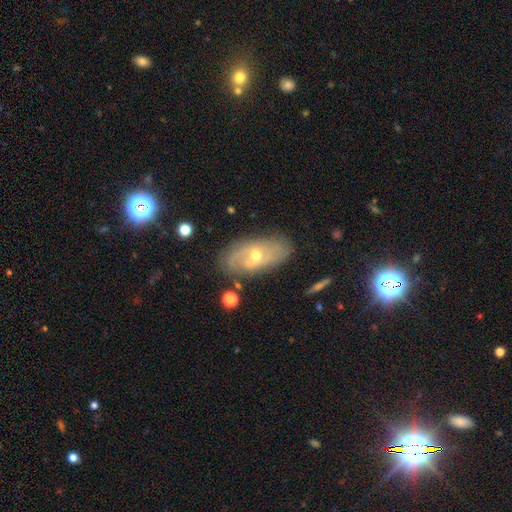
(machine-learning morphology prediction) A featured or disk galaxy (73%) with no bar (58%), can't tell (40%, tied with 2) tight (51%) spiral arms (80%) and a moderate central bulge (59%). Merging: none (76%).